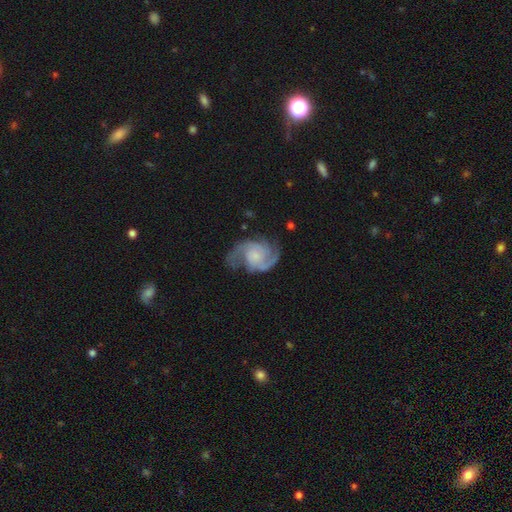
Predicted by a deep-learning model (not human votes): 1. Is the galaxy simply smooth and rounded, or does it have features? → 88% featured or disk, 7% smooth, 5% star or artifact.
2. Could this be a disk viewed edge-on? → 98% no, 2% yes.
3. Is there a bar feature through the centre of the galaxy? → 68% no, 27% weak, 5% strong.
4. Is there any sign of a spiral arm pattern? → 97% yes, 3% no.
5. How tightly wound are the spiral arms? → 54% medium, 24% tight, 22% loose.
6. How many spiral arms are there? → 83% 2, 7% 3, 4% can't tell, 2% 1, 2% 4, 2% more than 4.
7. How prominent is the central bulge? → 53% small, 21% moderate, 20% none, 5% large, 2% dominant.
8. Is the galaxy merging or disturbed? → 68% none, 19% minor disturbance, 11% major disturbance, 2% merger.